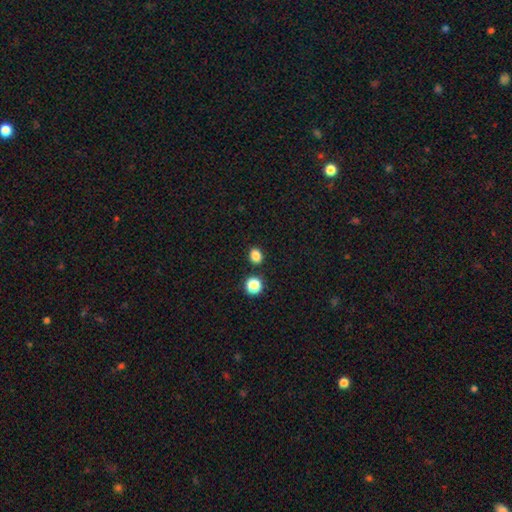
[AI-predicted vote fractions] smooth_or_featured: smooth (p=0.84) [alt: star or artifact p=0.13]
how_rounded: round (p=0.56) [alt: in between p=0.43]
merging: none (p=0.85) [alt: minor disturbance p=0.07]